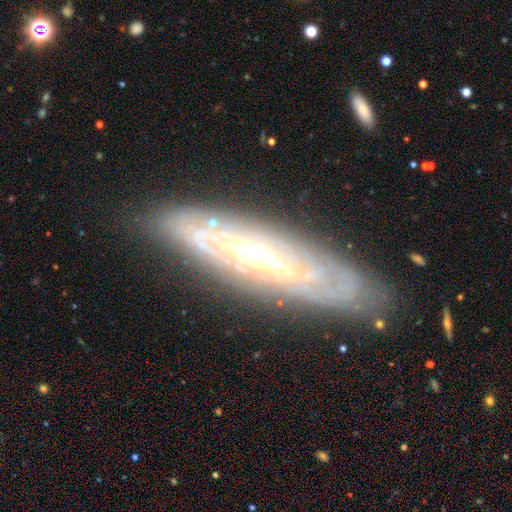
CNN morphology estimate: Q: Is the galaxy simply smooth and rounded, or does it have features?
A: featured or disk — 81%.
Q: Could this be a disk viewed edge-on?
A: no — 57%.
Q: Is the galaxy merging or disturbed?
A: none — 80%.